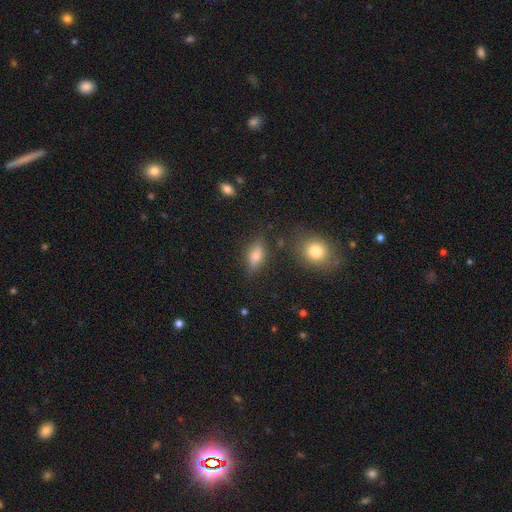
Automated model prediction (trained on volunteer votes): Overall: smooth (61%; featured or disk 27%). How rounded: in between (70%). Merging: none (80%).